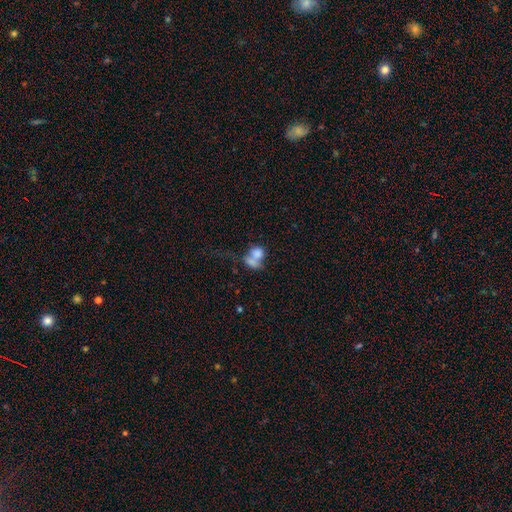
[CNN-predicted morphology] smooth 72%, featured or disk 18%, star or artifact 10%. Down the decision tree: how rounded — round (53%); merging — merger (65%).